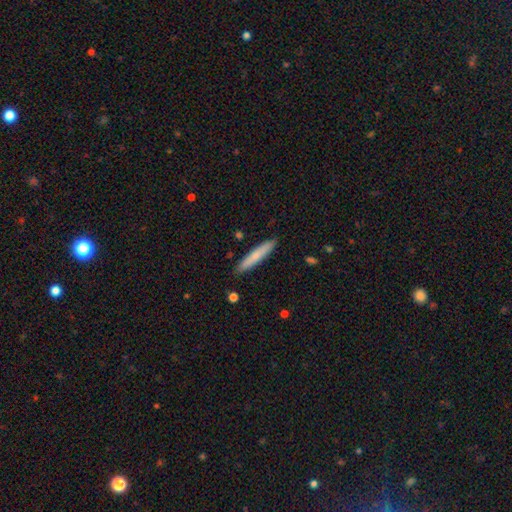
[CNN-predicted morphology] This appears to be a smooth galaxy with no disk features (74%) that is cigar-shaped (93%). Merging: none (90%).